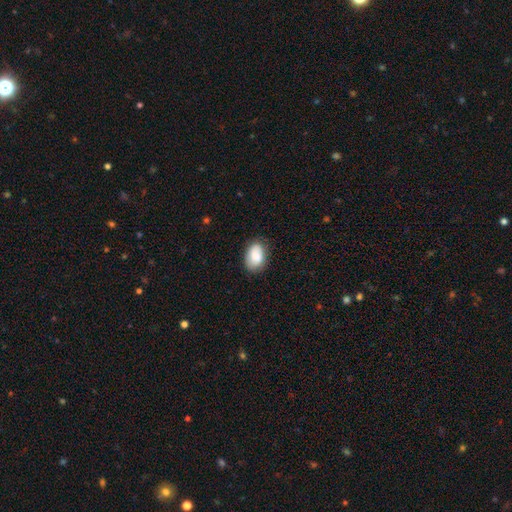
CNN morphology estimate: smooth_or_featured: smooth (p=0.81) [alt: featured or disk p=0.12]
how_rounded: in between (p=0.88) [alt: round p=0.11]
merging: none (p=0.75) [alt: minor disturbance p=0.19]